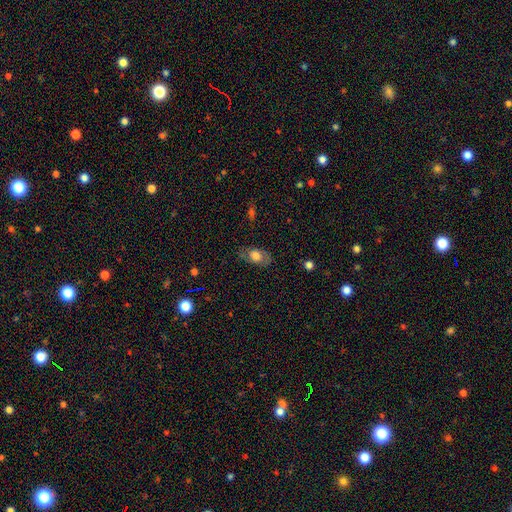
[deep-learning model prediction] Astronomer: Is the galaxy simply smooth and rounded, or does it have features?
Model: smooth — 64%.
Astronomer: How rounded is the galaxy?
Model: in between — 86%.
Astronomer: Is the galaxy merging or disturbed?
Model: none — 68%.